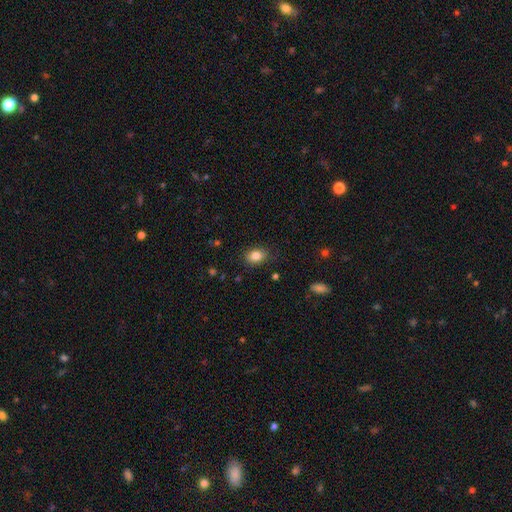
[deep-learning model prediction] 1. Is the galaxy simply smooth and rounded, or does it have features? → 84% smooth, 10% star or artifact, 6% featured or disk.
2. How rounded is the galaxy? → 70% in between, 29% round, 1% cigar-shaped.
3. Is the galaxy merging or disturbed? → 84% none, 12% minor disturbance, 3% major disturbance, 1% merger.